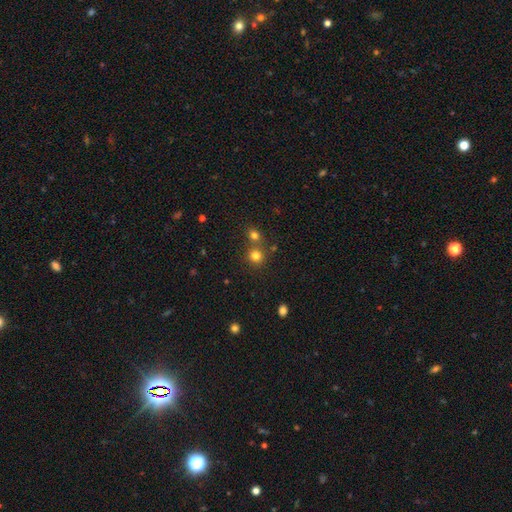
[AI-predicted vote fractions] smooth-or-featured: smooth: 77% | star or artifact: 16% | featured or disk: 7%
  how-rounded: round: 90% | in between: 9% | cigar-shaped: 1%
  merging: none: 65% | merger: 25% | minor disturbance: 7% | major disturbance: 3%